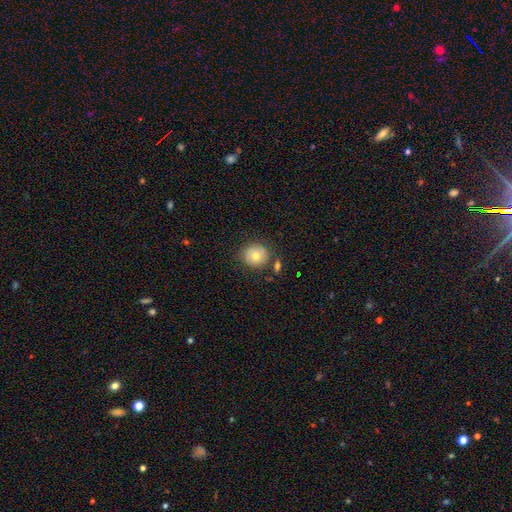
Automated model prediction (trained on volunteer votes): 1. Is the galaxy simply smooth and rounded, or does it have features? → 71% smooth, 19% featured or disk, 10% star or artifact.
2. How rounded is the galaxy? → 87% round, 12% in between, 1% cigar-shaped.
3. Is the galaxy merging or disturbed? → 78% none, 12% minor disturbance, 6% merger, 4% major disturbance.